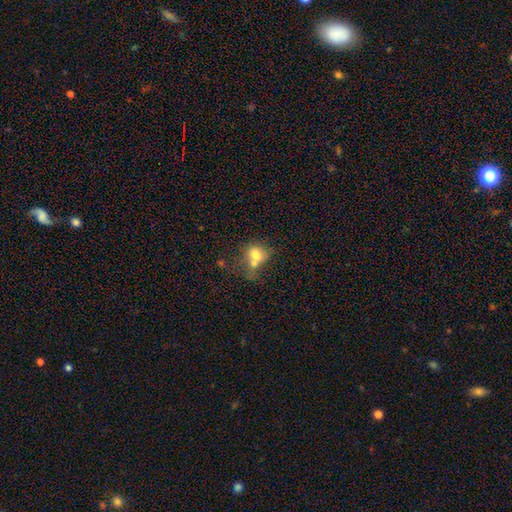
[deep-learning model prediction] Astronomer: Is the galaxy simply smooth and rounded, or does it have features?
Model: smooth — 71%.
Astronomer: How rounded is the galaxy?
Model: round — 54% (runner-up: in between, 45%).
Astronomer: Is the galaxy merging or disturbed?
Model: merger — 55%.